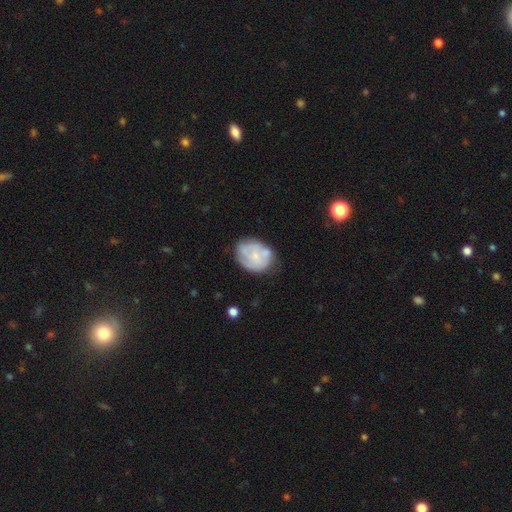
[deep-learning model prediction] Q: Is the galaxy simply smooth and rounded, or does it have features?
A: featured or disk — 58%.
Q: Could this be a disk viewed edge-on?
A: no — 98%.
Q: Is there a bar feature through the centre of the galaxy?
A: no — 75%.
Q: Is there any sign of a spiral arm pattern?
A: yes — 66%.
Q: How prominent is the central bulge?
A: small — 57%.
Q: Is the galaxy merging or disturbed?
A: none — 60%.